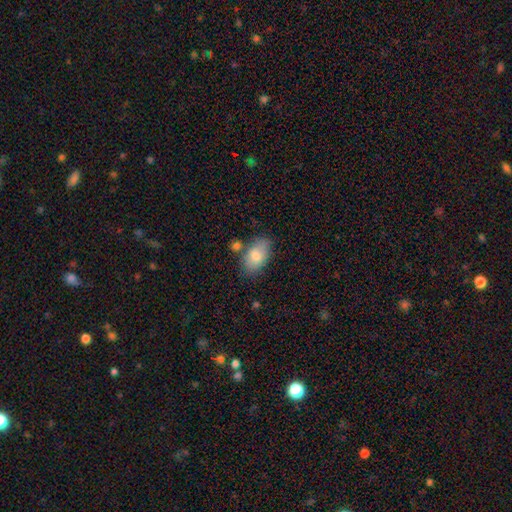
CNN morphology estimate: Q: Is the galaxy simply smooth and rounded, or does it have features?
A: smooth — 78%.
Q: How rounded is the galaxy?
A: in between — 92%.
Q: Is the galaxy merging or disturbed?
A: none — 71%.